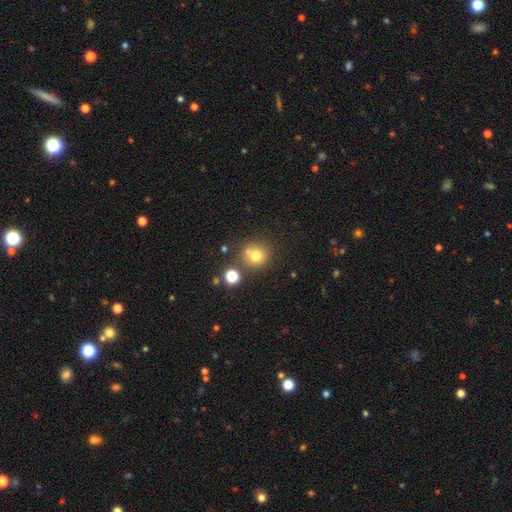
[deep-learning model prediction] smooth-or-featured: smooth: 73% | star or artifact: 15% | featured or disk: 12%
  how-rounded: round: 90% | in between: 9% | cigar-shaped: 1%
  merging: none: 66% | merger: 20% | minor disturbance: 10% | major disturbance: 4%